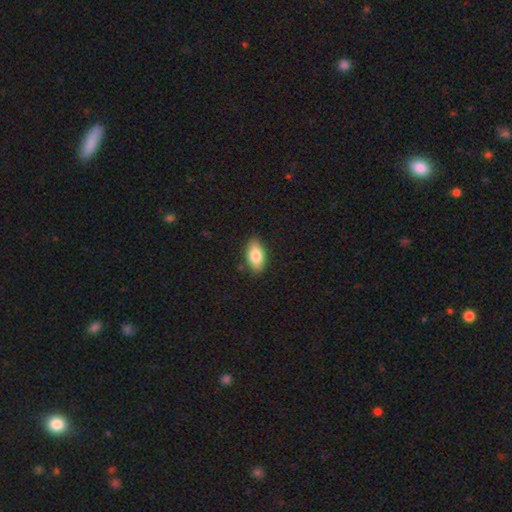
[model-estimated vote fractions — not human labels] smooth 79%, featured or disk 14%, star or artifact 7%. Down the decision tree: how rounded — in between (90%); merging — none (86%).